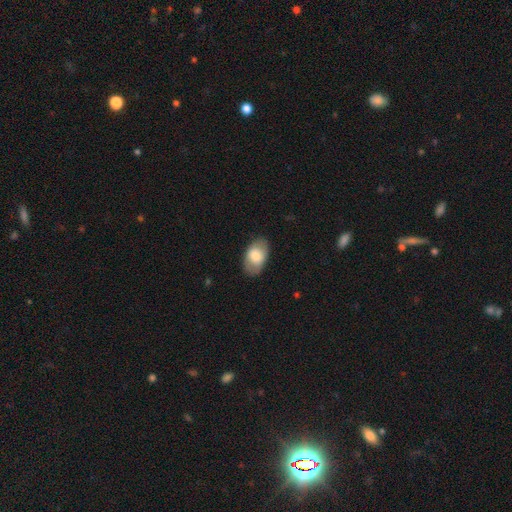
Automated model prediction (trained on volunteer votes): Smooth or featured?
  - smooth: 74% *
  - featured or disk: 20%
  - star or artifact: 6%
How rounded?
  - in between: 92% *
  - round: 7%
  - cigar-shaped: 1%
Merging?
  - none: 82% *
  - minor disturbance: 13%
  - major disturbance: 4%
  - merger: 1%